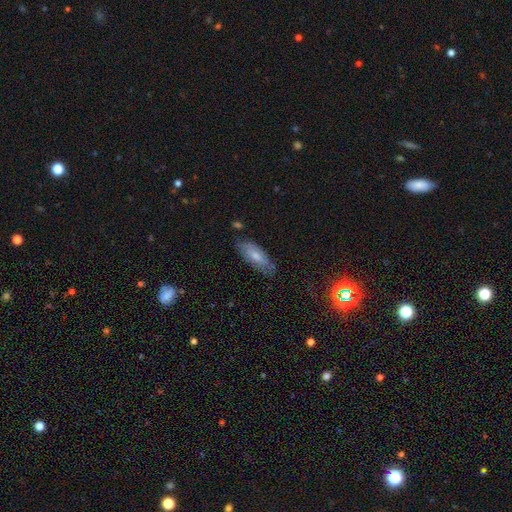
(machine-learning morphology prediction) Q: Smooth or featured?
A: smooth (61%); runner-up: featured or disk (33%)
Q: How rounded?
A: in between (73%); runner-up: cigar-shaped (25%)
Q: Merging?
A: none (71%); runner-up: minor disturbance (22%)